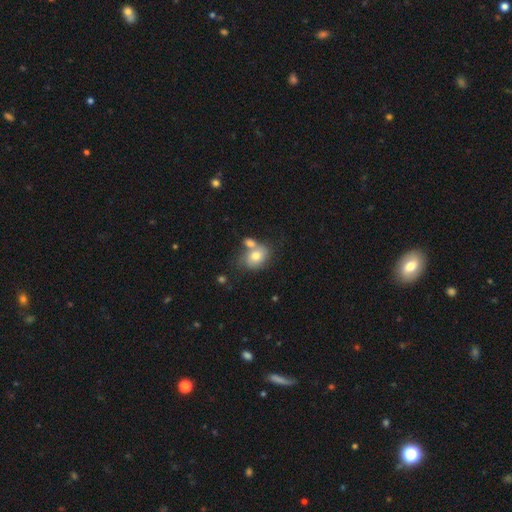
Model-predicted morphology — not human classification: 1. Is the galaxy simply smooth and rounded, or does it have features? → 74% smooth, 17% featured or disk, 8% star or artifact.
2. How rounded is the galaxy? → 61% in between, 38% round, 1% cigar-shaped.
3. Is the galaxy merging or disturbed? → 43% merger, 38% none, 14% minor disturbance, 6% major disturbance.